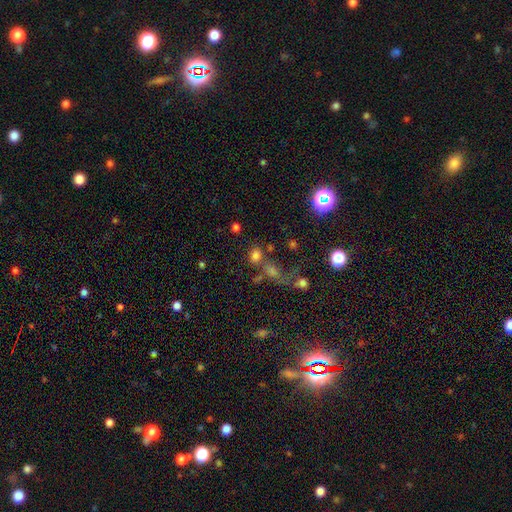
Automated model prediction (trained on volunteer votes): Smooth or featured? Predicted: smooth (p=0.75). How rounded? Predicted: in between (p=0.56). Merging? Predicted: none (p=0.55).